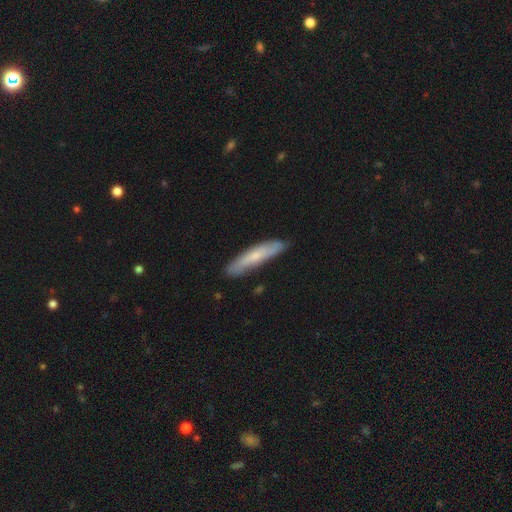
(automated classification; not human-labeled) Smooth or featured? smooth (56%)
How rounded? cigar-shaped (86%)
Merging? none (81%)